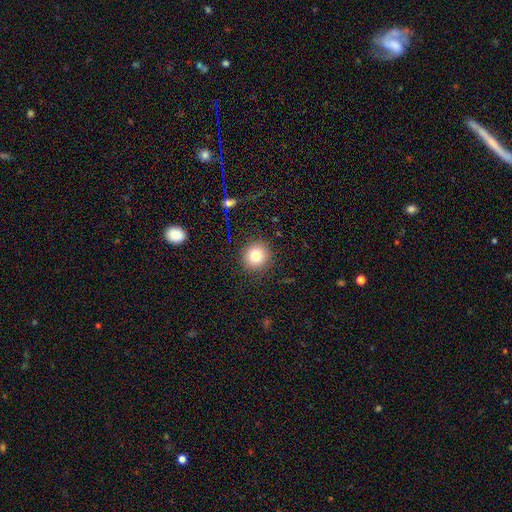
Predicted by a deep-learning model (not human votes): Smooth or featured: smooth — 79% (star or artifact — 12%)
How rounded: round — 91% (in between — 8%)
Merging: none — 90% (minor disturbance — 6%)